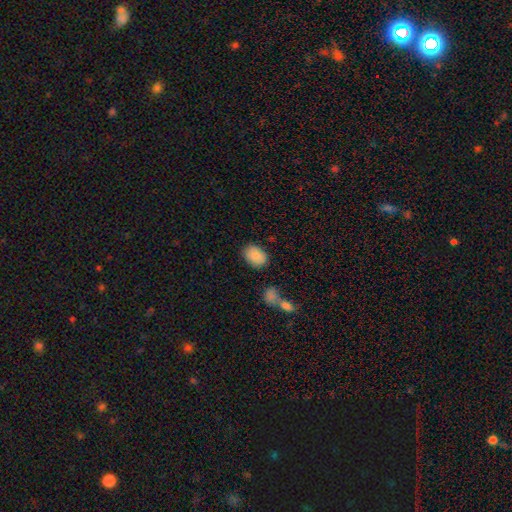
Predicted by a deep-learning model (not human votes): Smooth or featured?
  - smooth: 86% *
  - star or artifact: 7%
  - featured or disk: 7%
How rounded?
  - in between: 81% *
  - round: 18%
  - cigar-shaped: 1%
Merging?
  - none: 82% *
  - minor disturbance: 12%
  - merger: 3%
  - major disturbance: 3%